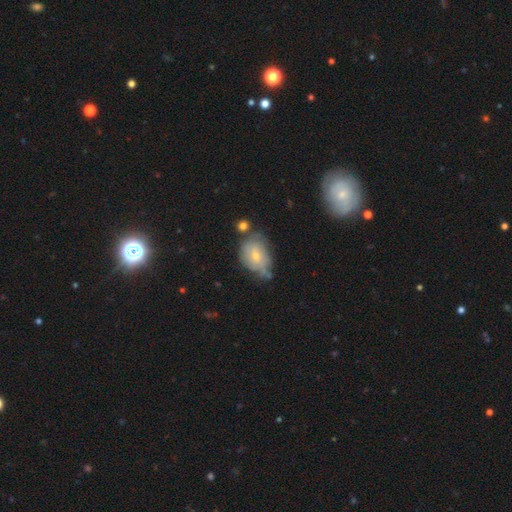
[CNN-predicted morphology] This is possibly a featured or disk galaxy (46%, tied with smooth). Merging: marginally none (43%).